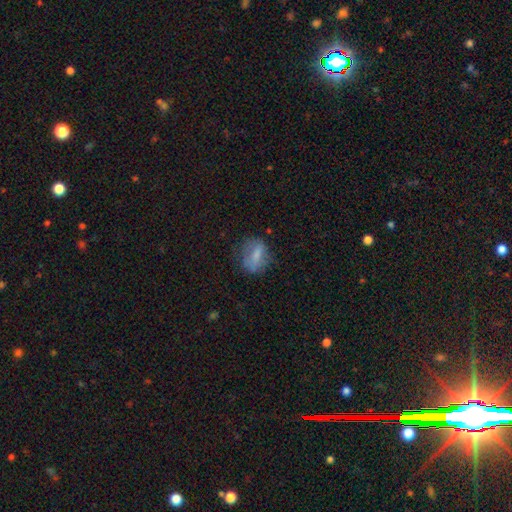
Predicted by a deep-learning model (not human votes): This is likely a smooth galaxy (68%). How rounded: likely in between (63%). Merging: likely none (61%).